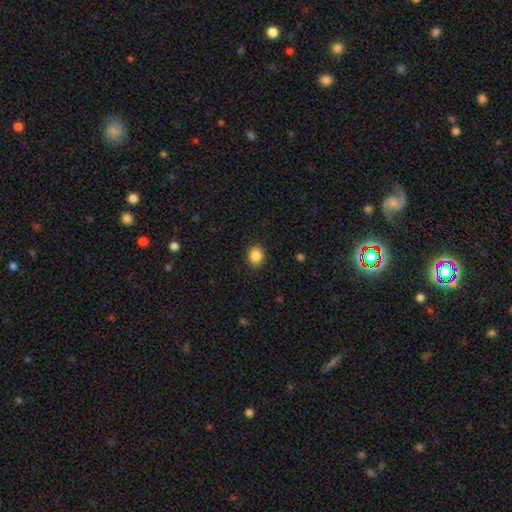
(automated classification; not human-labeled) Morphology: type=smooth (87%); roundness=round (60%); merging=none (89%).